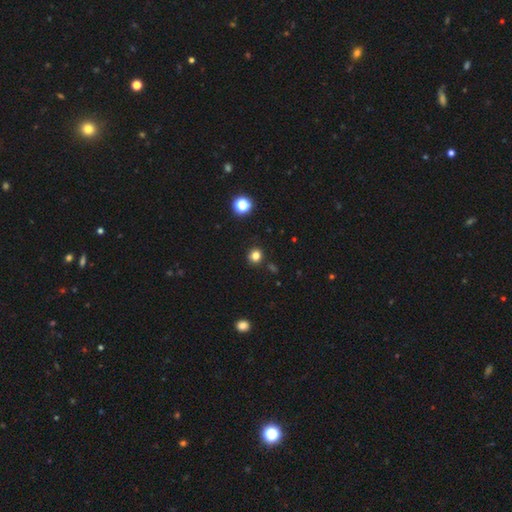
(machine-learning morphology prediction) This is likely a smooth galaxy (80%). How rounded: clearly round (87%). Merging: clearly none (88%).